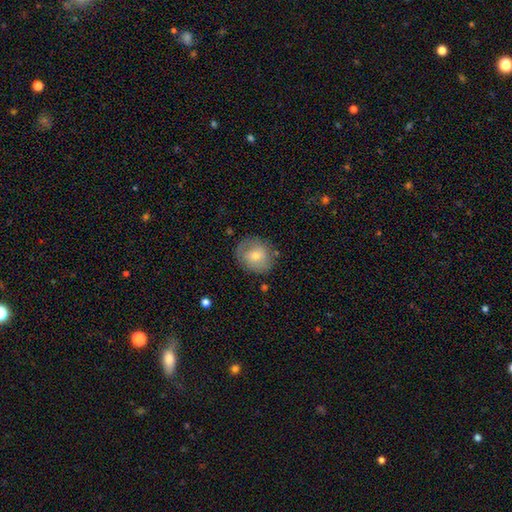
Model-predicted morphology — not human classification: Overall: smooth (52%; featured or disk 39%). How rounded: round (76%). Merging: none (76%).